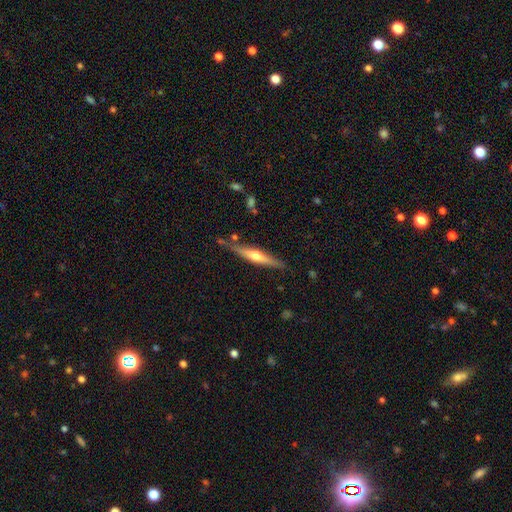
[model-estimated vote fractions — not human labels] Morphology: type=featured or disk (64%); edge-on=yes (96%); edge-on bulge=rounded (88%); merging=none (79%).